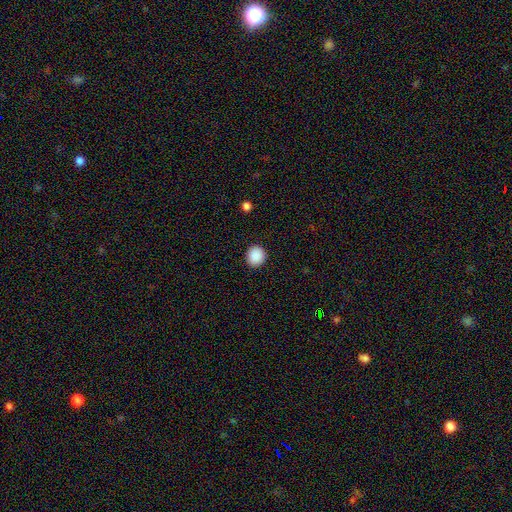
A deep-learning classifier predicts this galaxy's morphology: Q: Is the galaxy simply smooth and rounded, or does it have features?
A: smooth — 89%.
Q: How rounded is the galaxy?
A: round — 87%.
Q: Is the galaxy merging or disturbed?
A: none — 92%.